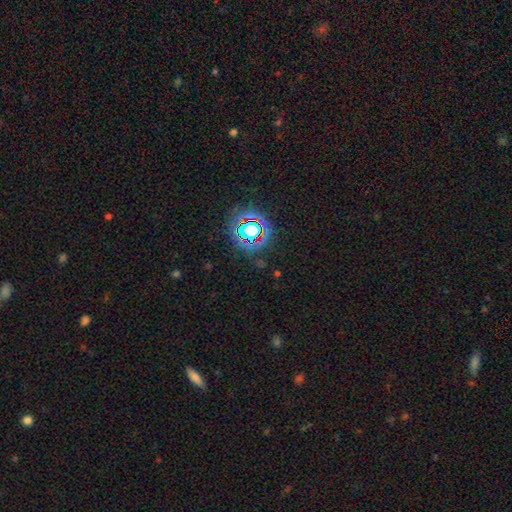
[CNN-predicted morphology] Smooth or featured?
  - star or artifact: 73% *
  - smooth: 16%
  - featured or disk: 11%